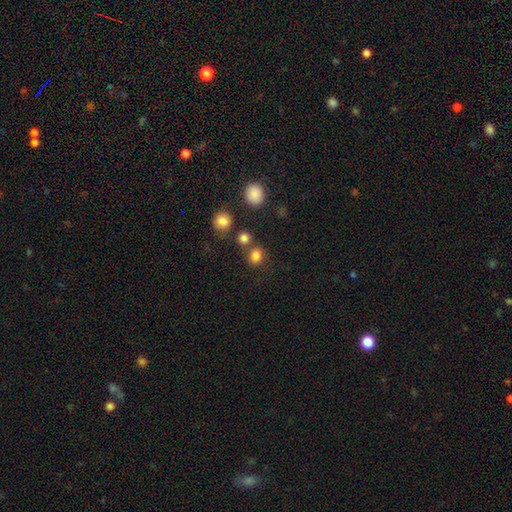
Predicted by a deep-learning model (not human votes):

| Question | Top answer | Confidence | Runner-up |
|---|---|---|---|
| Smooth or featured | smooth | 81% | star or artifact (14%) |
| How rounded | round | 68% | in between (31%) |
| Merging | none | 69% | merger (15%) |